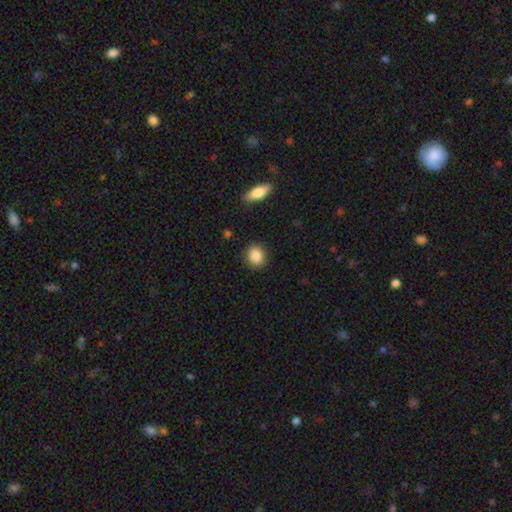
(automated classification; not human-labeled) A smooth galaxy with no disk features (86%) that is round (71%).

Vote fractions:
- Smooth or featured? smooth: 86% / star or artifact: 8% / featured or disk: 6%
- How rounded? round: 71% / in between: 27% / cigar-shaped: 1%
- Merging? none: 89% / minor disturbance: 8% / major disturbance: 2% / merger: 1%